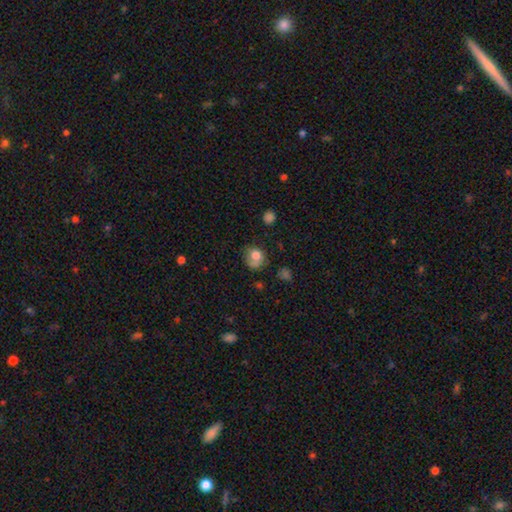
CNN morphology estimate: The model was most divided on "merging": none: 48%, minor disturbance: 31%, major disturbance: 16%, merger: 4%. More confident: smooth or featured — smooth (75%); how rounded — round (66%).